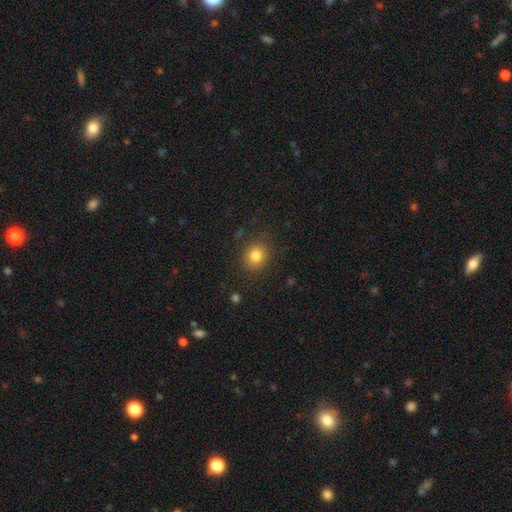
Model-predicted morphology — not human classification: The model was most divided on "how rounded": round: 76%, in between: 23%, cigar-shaped: 1%. More confident: merging — none (86%); smooth or featured — smooth (82%).